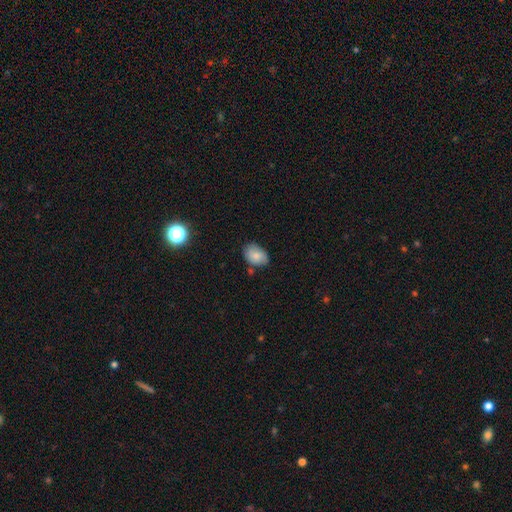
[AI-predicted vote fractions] A smooth galaxy with no disk features (78%) that is in between round and cigar-shaped (79%).

Vote fractions:
- Smooth or featured? smooth: 78% / featured or disk: 14% / star or artifact: 8%
- How rounded? in between: 79% / round: 20% / cigar-shaped: 1%
- Merging? none: 67% / minor disturbance: 25% / major disturbance: 4% / merger: 4%